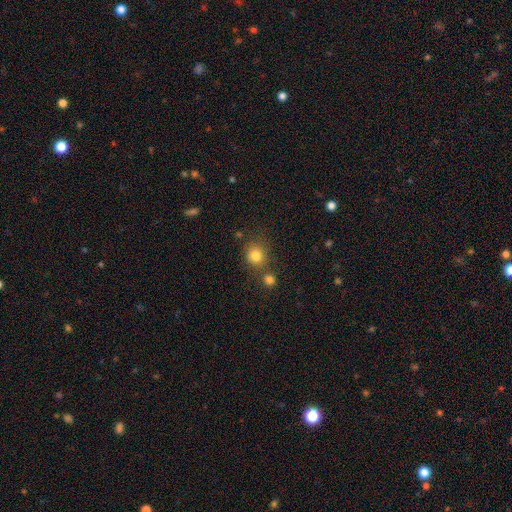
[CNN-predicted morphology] type=smooth (81%); roundness=round (86%); merging=none (69%).